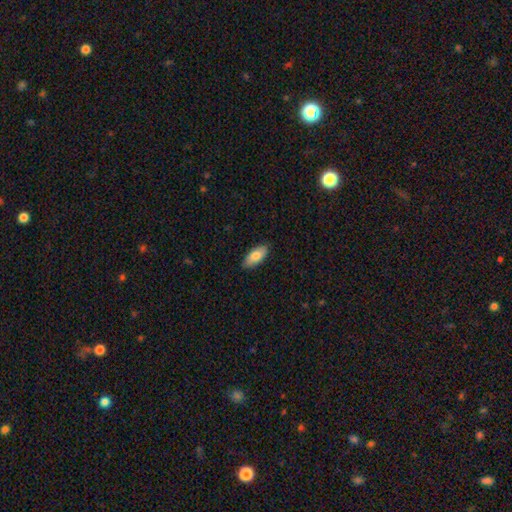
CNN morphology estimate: smooth-or-featured: smooth: 82% | featured or disk: 12% | star or artifact: 6%
  how-rounded: in between: 86% | cigar-shaped: 12% | round: 2%
  merging: none: 88% | minor disturbance: 10% | major disturbance: 2% | merger: 1%